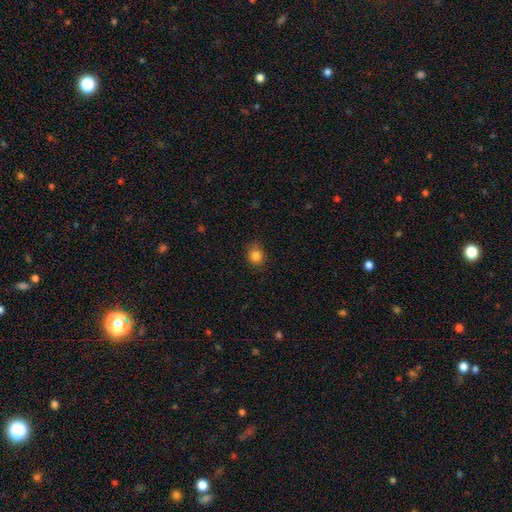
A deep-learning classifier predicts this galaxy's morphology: The model was most divided on "how rounded": round: 76%, in between: 24%, cigar-shaped: 1%. More confident: merging — none (85%); smooth or featured — smooth (84%).